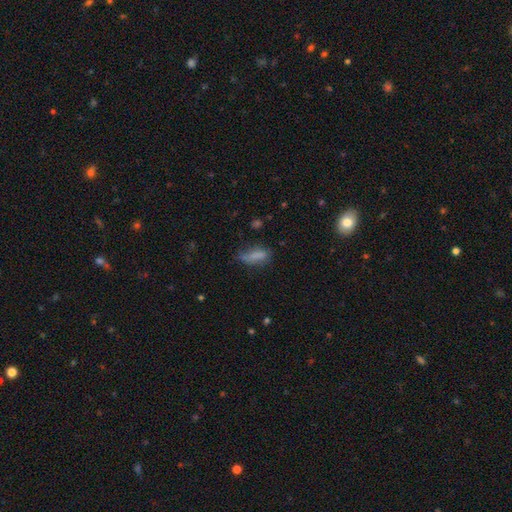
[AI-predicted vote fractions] This is likely a smooth galaxy (76%). How rounded: likely in between (69%). Merging: possibly none (47%).